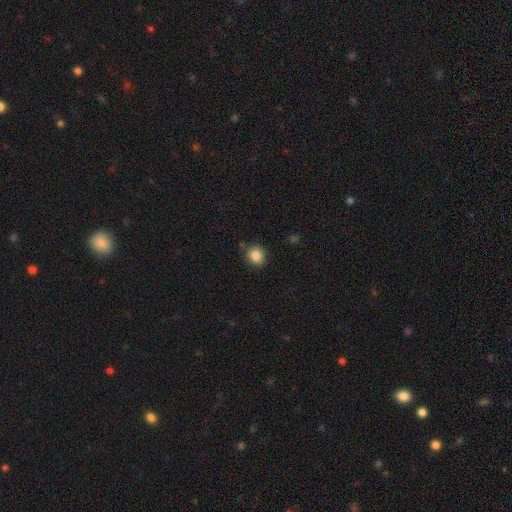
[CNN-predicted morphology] This is clearly a smooth galaxy (86%). How rounded: clearly round (80%). Merging: clearly none (83%).